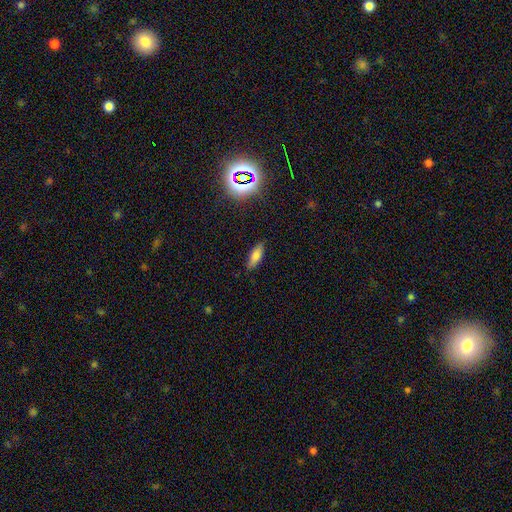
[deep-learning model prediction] The model was most divided on "how rounded": in between: 60%, cigar-shaped: 37%, round: 3%. More confident: merging — none (86%); smooth or featured — smooth (72%).